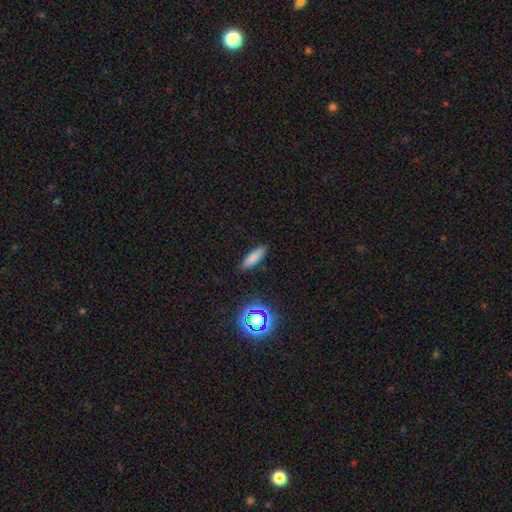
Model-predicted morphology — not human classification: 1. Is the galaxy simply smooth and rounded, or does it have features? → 80% smooth, 13% star or artifact, 8% featured or disk.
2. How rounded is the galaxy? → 55% cigar-shaped, 42% in between, 2% round.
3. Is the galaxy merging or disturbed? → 89% none, 8% minor disturbance, 2% major disturbance, 1% merger.